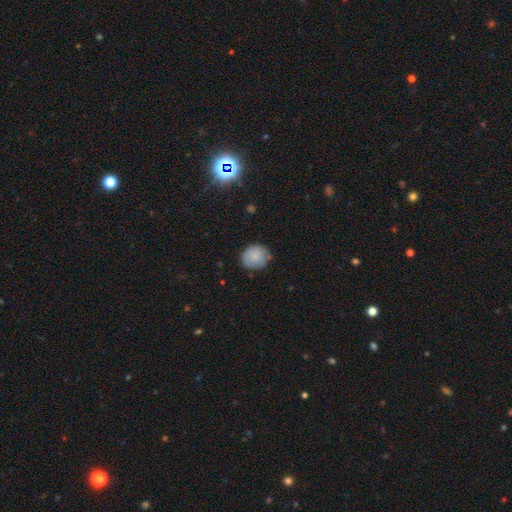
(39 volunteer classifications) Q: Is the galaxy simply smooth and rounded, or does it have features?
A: smooth — 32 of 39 (82%).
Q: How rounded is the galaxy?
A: round — 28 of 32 (88%).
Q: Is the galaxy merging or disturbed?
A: none — 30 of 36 (83%).